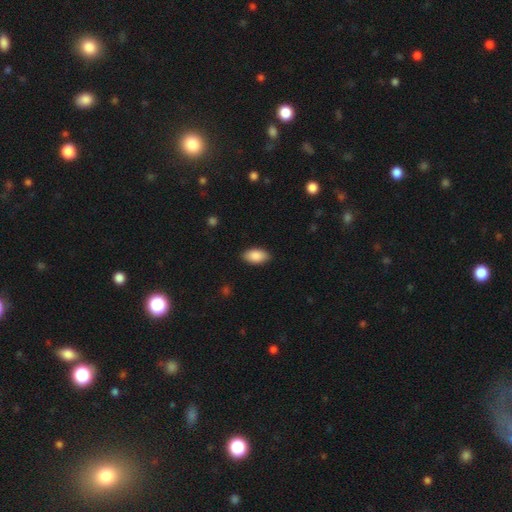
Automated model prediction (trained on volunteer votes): The model was most divided on "merging": none: 88%, minor disturbance: 9%, major disturbance: 2%, merger: 1%. More confident: how rounded — in between (94%); smooth or featured — smooth (89%).